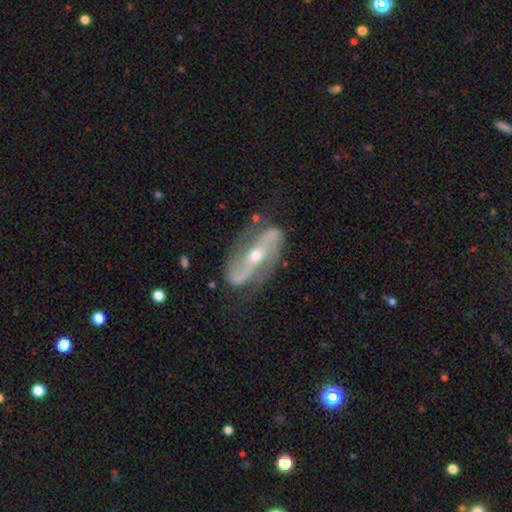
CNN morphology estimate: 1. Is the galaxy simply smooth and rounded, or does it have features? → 87% featured or disk, 7% smooth, 5% star or artifact.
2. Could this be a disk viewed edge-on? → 91% no, 9% yes.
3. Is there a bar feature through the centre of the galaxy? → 50% strong, 25% no, 25% weak.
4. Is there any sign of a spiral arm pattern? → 94% yes, 6% no.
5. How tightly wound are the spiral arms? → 50% loose, 35% medium, 15% tight.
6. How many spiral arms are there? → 91% 2, 3% can't tell, 2% 1, 1% 3, 1% 4, 1% more than 4.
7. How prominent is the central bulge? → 57% moderate, 38% small, 2% large, 1% none, 1% dominant.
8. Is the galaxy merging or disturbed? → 71% none, 18% minor disturbance, 9% major disturbance, 2% merger.